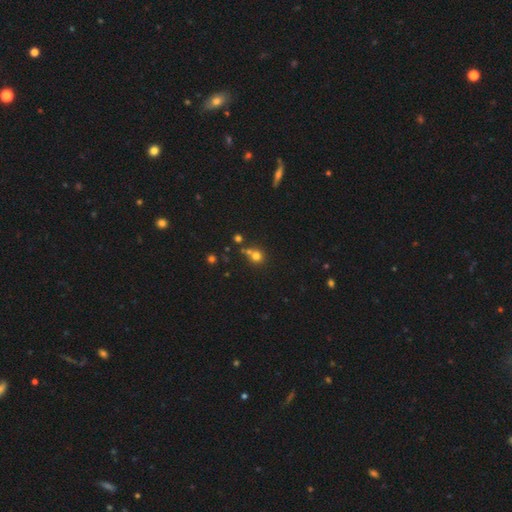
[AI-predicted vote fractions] Overall: smooth (72%). How rounded: round (89%). Merging: none (58%; merger 29%).